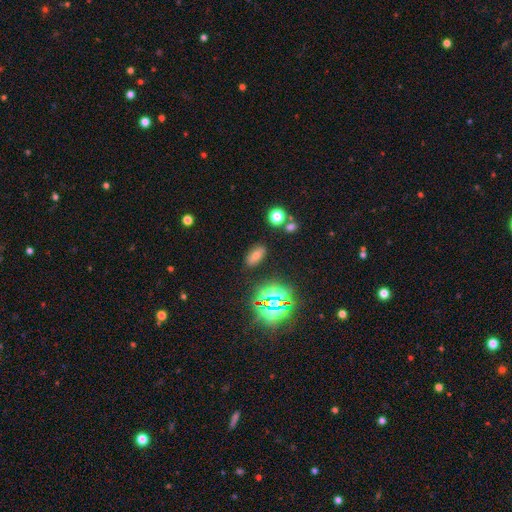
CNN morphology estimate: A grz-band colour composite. It shows a smooth galaxy with no disk features (62%) that is in between round and cigar-shaped (85%). Merging: none (86%).